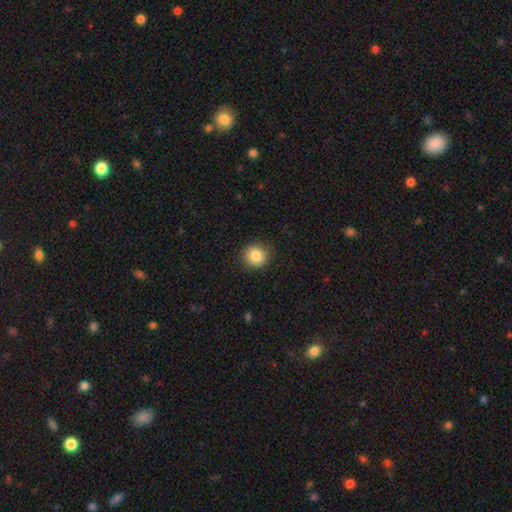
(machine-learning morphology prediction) type=smooth (86%); roundness=round (89%); merging=none (89%).